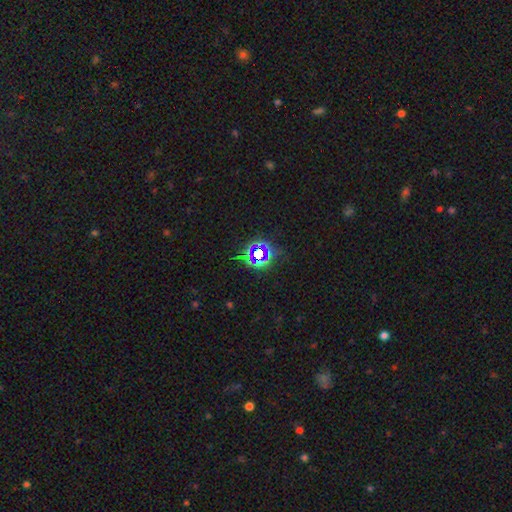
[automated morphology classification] smooth_or_featured: star or artifact (p=0.74) [alt: smooth p=0.15]